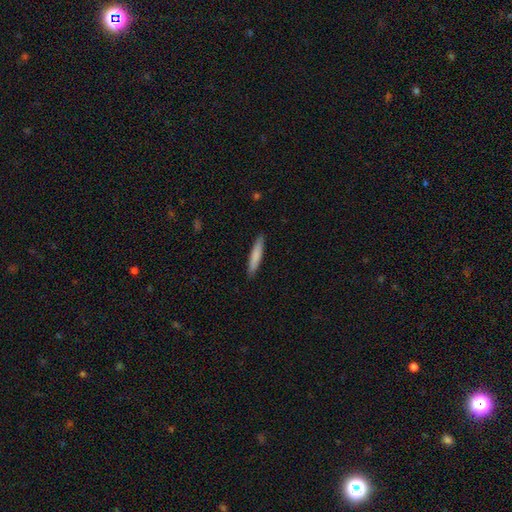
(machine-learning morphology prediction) This is clearly a smooth galaxy (81%). How rounded: clearly cigar-shaped (90%). Merging: clearly none (90%).